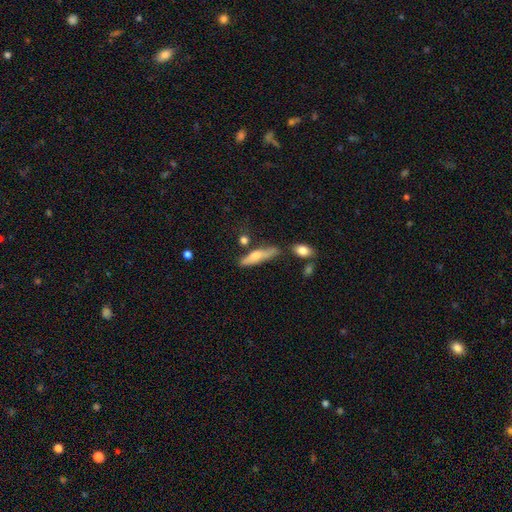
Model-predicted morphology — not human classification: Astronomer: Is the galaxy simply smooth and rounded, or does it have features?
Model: smooth — 54% (runner-up: featured or disk, 39%).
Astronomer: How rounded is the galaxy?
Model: cigar-shaped — 76%.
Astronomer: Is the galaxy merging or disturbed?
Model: none — 66%.